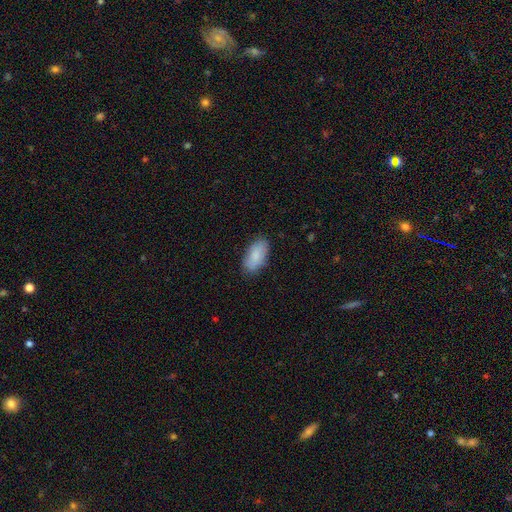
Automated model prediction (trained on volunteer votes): Morphology: type=smooth (86%); roundness=in between (93%); merging=none (84%).